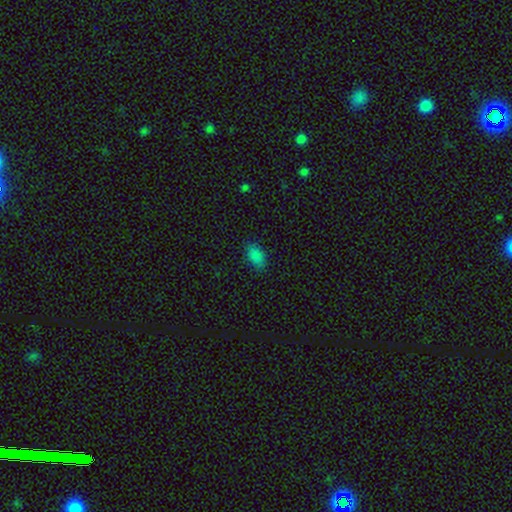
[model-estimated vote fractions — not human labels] A smooth galaxy with no disk features (84%) that is in between round and cigar-shaped (92%). Merging: none (84%).